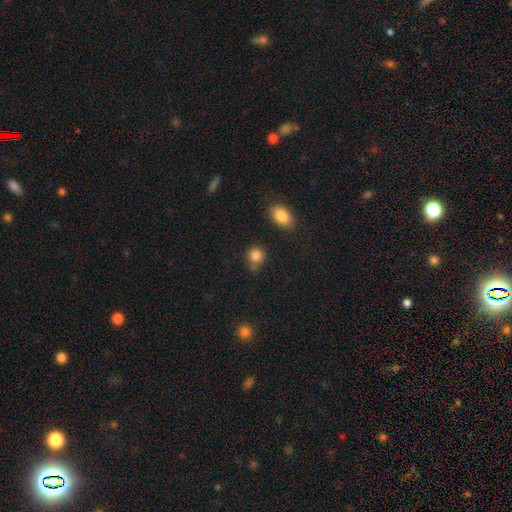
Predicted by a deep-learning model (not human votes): smooth-or-featured: smooth: 85% | star or artifact: 10% | featured or disk: 5%
  how-rounded: round: 81% | in between: 18% | cigar-shaped: 1%
  merging: none: 64% | minor disturbance: 24% | merger: 6% | major disturbance: 6%